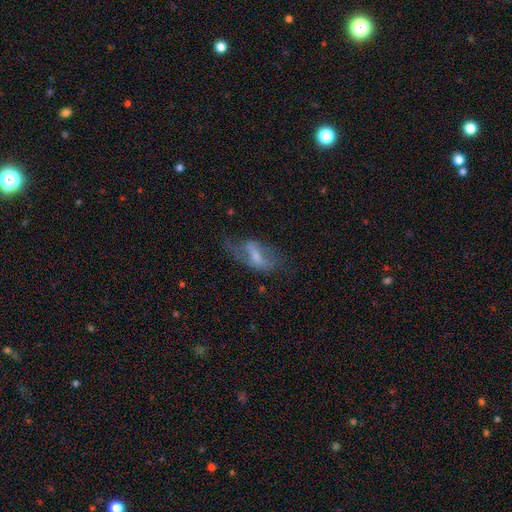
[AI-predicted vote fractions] Smooth or featured? featured or disk (56%)
Edge-on disk? no (87%)
Merging? none (47%)